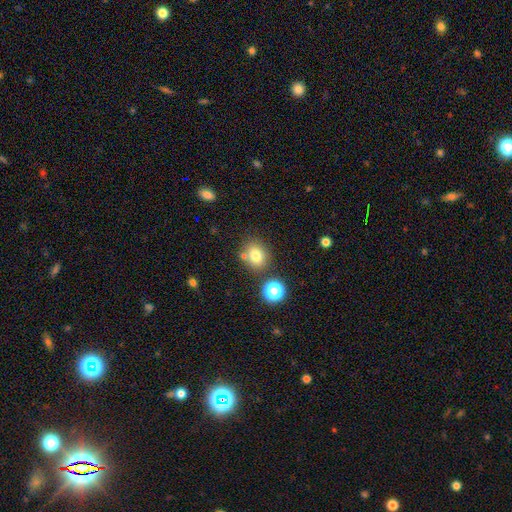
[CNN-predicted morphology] smooth-or-featured: smooth: 78% | star or artifact: 13% | featured or disk: 9%
  how-rounded: round: 57% | in between: 42% | cigar-shaped: 1%
  merging: none: 72% | minor disturbance: 12% | merger: 12% | major disturbance: 4%